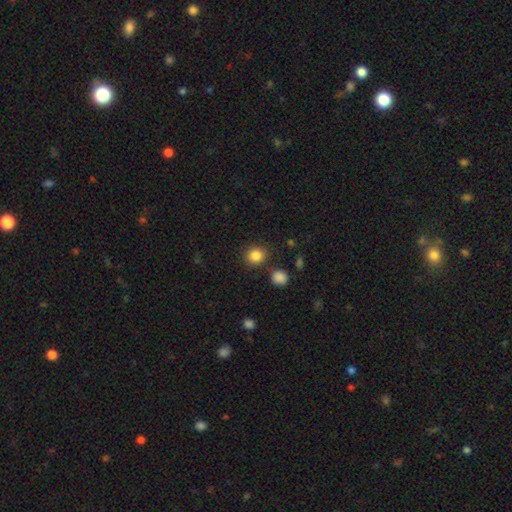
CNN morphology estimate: smooth-or-featured: smooth: 85% | star or artifact: 11% | featured or disk: 4%
  how-rounded: round: 85% | in between: 14% | cigar-shaped: 1%
  merging: none: 85% | minor disturbance: 8% | merger: 4% | major disturbance: 3%